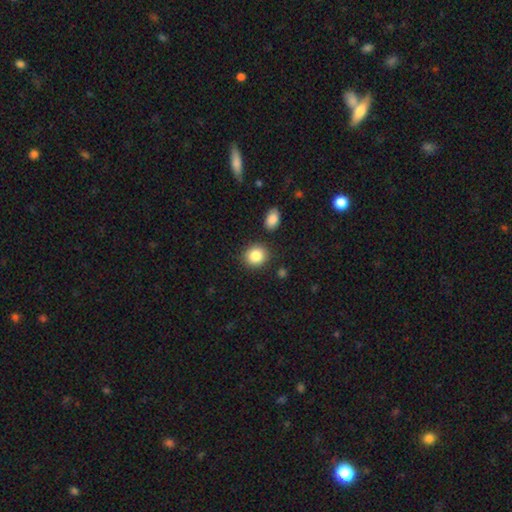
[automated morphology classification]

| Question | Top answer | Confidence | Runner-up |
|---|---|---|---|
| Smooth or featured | smooth | 86% | star or artifact (8%) |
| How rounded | round | 77% | in between (22%) |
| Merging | none | 85% | minor disturbance (8%) |